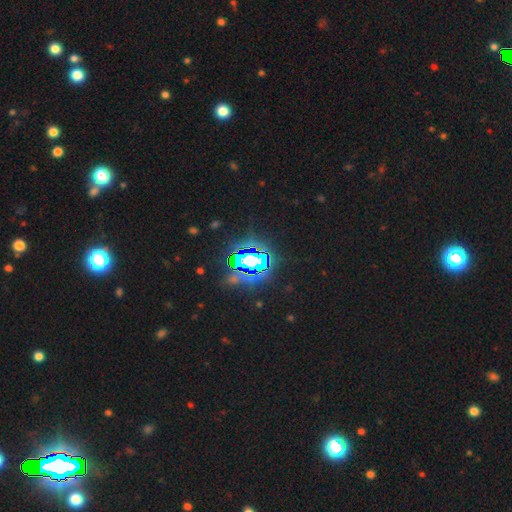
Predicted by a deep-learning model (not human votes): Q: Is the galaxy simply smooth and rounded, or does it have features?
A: star or artifact — 74%.